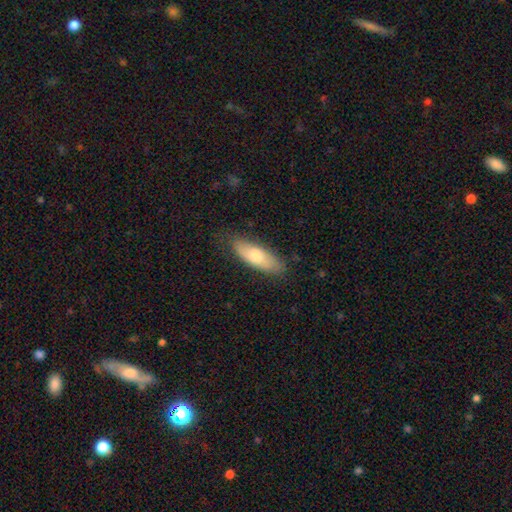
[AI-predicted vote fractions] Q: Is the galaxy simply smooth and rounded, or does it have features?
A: smooth — 69%.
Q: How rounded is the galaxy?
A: in between — 58%.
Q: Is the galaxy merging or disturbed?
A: none — 81%.